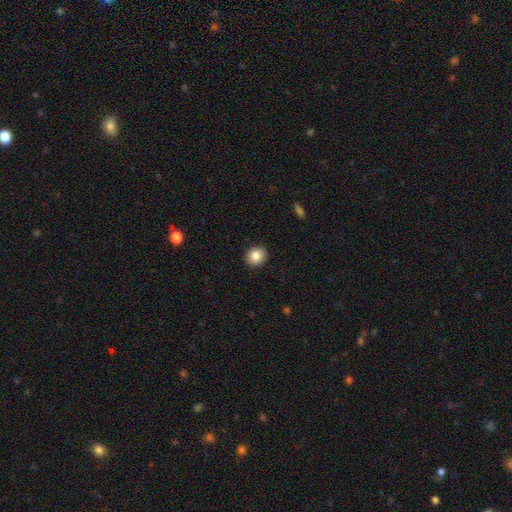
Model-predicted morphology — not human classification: A smooth galaxy with no disk features (85%) that is round (79%).

Vote fractions:
- Smooth or featured? smooth: 85% / star or artifact: 9% / featured or disk: 6%
- How rounded? round: 79% / in between: 20% / cigar-shaped: 1%
- Merging? none: 91% / minor disturbance: 6% / major disturbance: 2% / merger: 1%